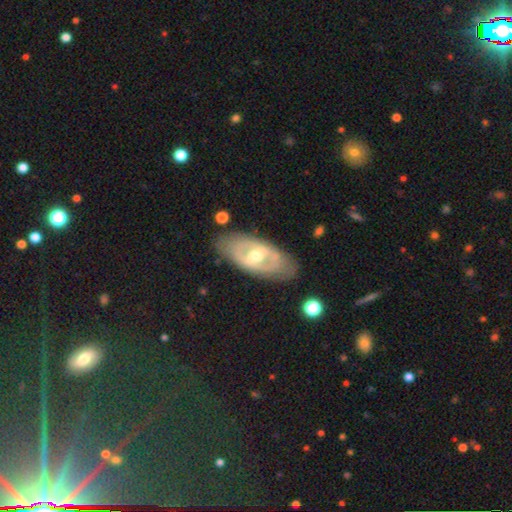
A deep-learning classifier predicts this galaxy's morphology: The model was most divided on "bar": weak: 38%, strong: 32%, no: 30%. More confident: edge-on disk — no (88%); merging — none (78%); smooth or featured — featured or disk (72%); bulge size — moderate (67%); spiral arms — no (62%).